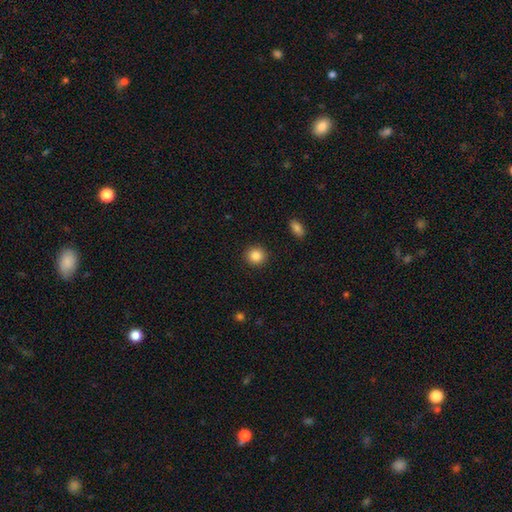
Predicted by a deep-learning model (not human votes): A smooth galaxy with no disk features (86%) that is round (90%). Merging: none (91%).